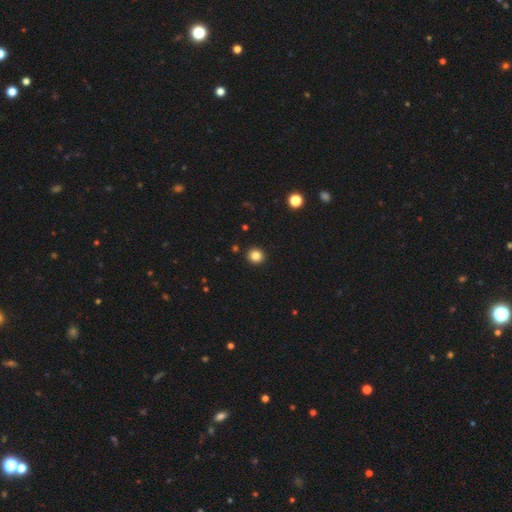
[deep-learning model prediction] Q: Smooth or featured?
A: smooth (84%); runner-up: star or artifact (11%)
Q: How rounded?
A: round (92%); runner-up: in between (8%)
Q: Merging?
A: none (93%); runner-up: minor disturbance (5%)